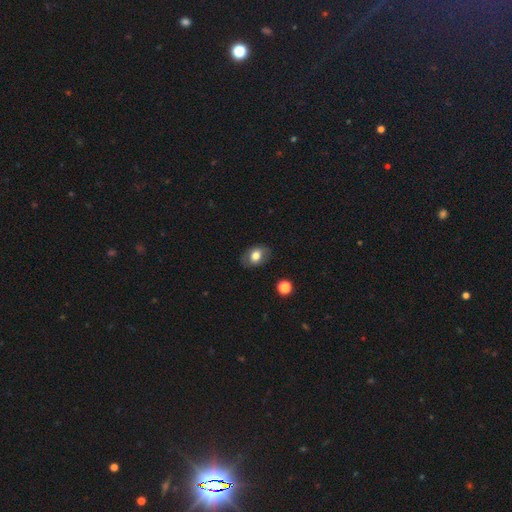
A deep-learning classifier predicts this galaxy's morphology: A smooth galaxy with no disk features (73%) that is in between round and cigar-shaped (74%). Merging: none (81%).